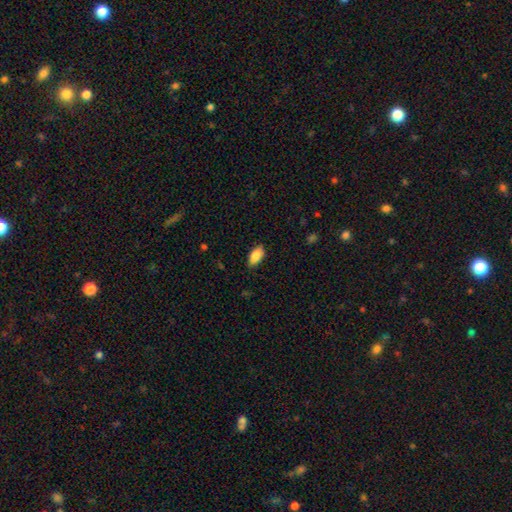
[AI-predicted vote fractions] This appears to be a smooth galaxy with no disk features (85%) that is in between round and cigar-shaped (92%). Merging: none (85%).